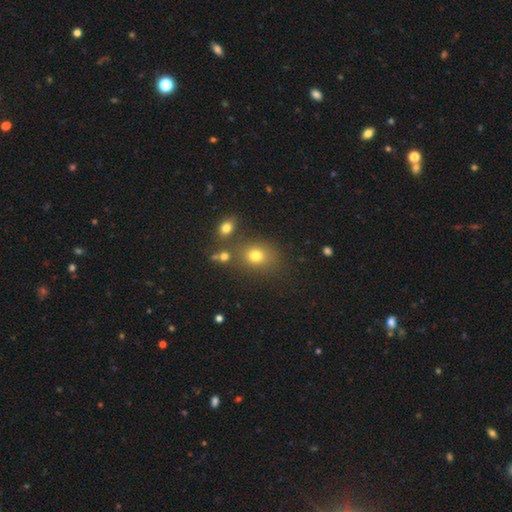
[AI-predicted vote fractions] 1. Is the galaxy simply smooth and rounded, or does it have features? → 74% smooth, 16% star or artifact, 10% featured or disk.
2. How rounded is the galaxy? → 54% round, 45% in between, 1% cigar-shaped.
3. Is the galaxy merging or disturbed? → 68% none, 13% minor disturbance, 13% merger, 6% major disturbance.